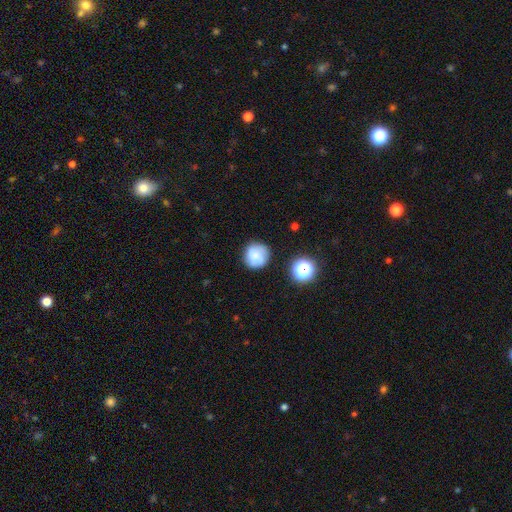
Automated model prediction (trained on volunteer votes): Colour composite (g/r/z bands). It shows a smooth galaxy with no disk features (73%) that is round (92%). Merging: none (80%).